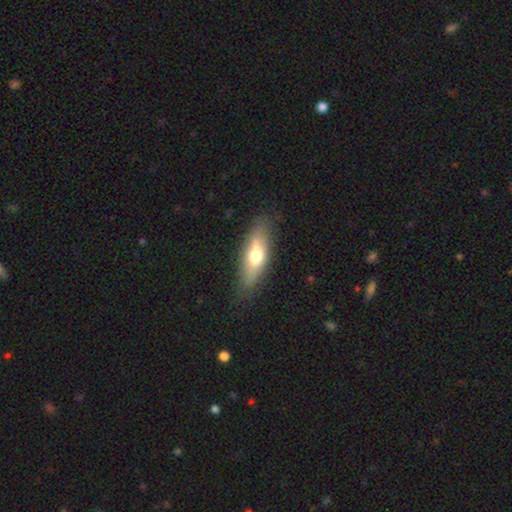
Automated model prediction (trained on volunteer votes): This is likely a smooth galaxy (61%). How rounded: likely in between (62%). Merging: likely none (79%).